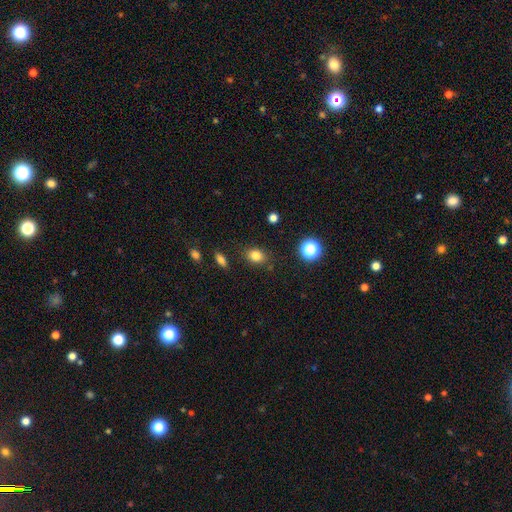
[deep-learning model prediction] A smooth galaxy with no disk features (81%) that is in between round and cigar-shaped (57%).

Vote fractions:
- Smooth or featured? smooth: 81% / star or artifact: 13% / featured or disk: 6%
- How rounded? in between: 57% / round: 41% / cigar-shaped: 1%
- Merging? none: 82% / minor disturbance: 11% / major disturbance: 3% / merger: 3%